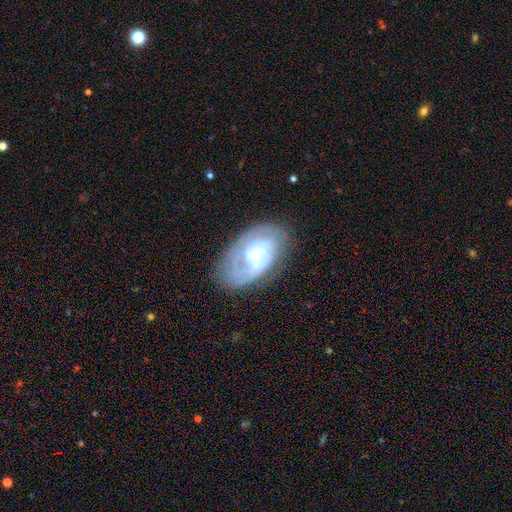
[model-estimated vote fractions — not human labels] A featured or disk galaxy (73%) with a weak bar (43%), can't tell (34%, tied with 2) tight (52%) spiral arms (85%) and a moderate central bulge (33%).

Vote fractions:
- Smooth or featured? featured or disk: 73% / smooth: 20% / star or artifact: 7%
- Edge-on disk? no: 96% / yes: 4%
- Bar? weak: 43% / no: 39% / strong: 18%
- Spiral arms? yes: 85% / no: 15%
- Spiral winding? tight: 52% / medium: 35% / loose: 13%
- Spiral arm count? can't tell: 34% (tied) / 2: 34% (tied) / 1: 14% / 3: 11% / 4: 3% / more than 4: 3%
- Bulge size? moderate: 33% / small: 27% / none: 21% / large: 17% / dominant: 2%
- Merging? none: 66% / minor disturbance: 21% / major disturbance: 11% / merger: 2%